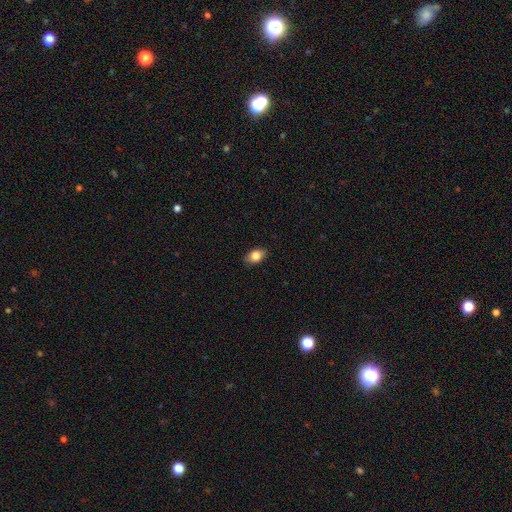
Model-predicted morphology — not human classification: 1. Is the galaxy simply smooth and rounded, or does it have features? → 83% smooth, 9% featured or disk, 8% star or artifact.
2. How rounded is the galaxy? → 85% in between, 14% round, 2% cigar-shaped.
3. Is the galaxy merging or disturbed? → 86% none, 11% minor disturbance, 2% major disturbance, 1% merger.